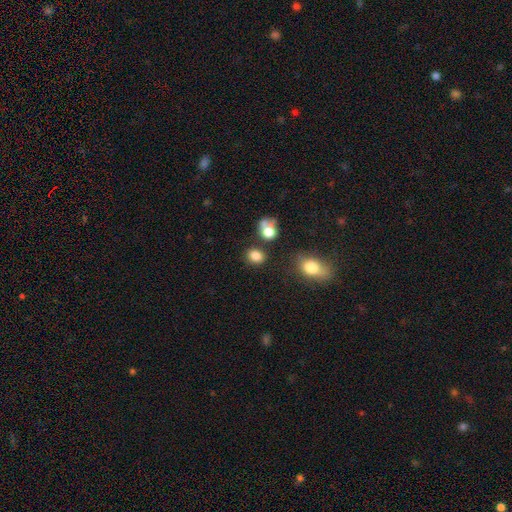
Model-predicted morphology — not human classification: Smooth or featured: smooth — 82% (star or artifact — 12%)
How rounded: round — 61% (in between — 38%)
Merging: none — 75% (minor disturbance — 12%)